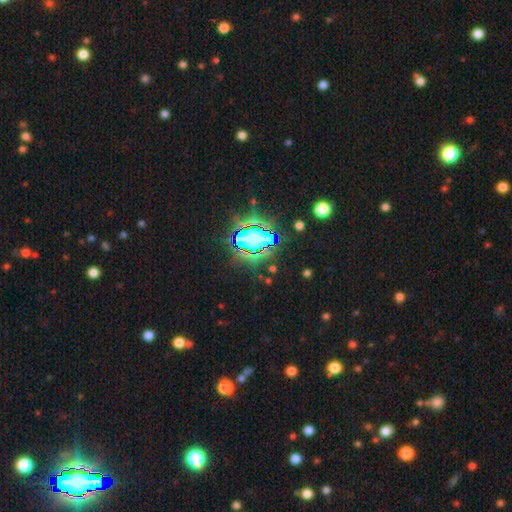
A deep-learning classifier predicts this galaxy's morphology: The model was most divided on "smooth or featured": star or artifact: 68%, smooth: 19%, featured or disk: 12%.